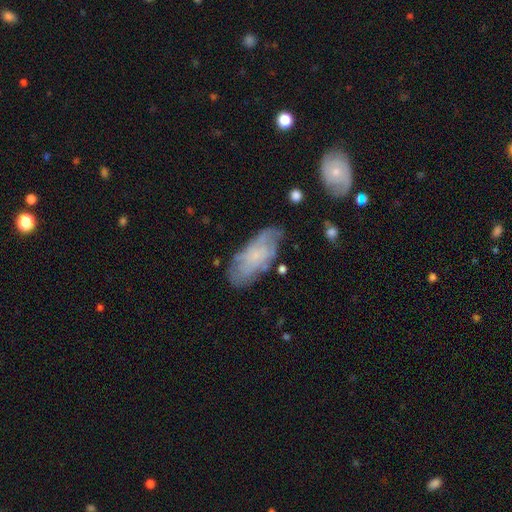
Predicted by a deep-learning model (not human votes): featured or disk 53%, smooth 39%, star or artifact 8%. Down the decision tree: edge-on disk — no (88%); merging — none (66%).